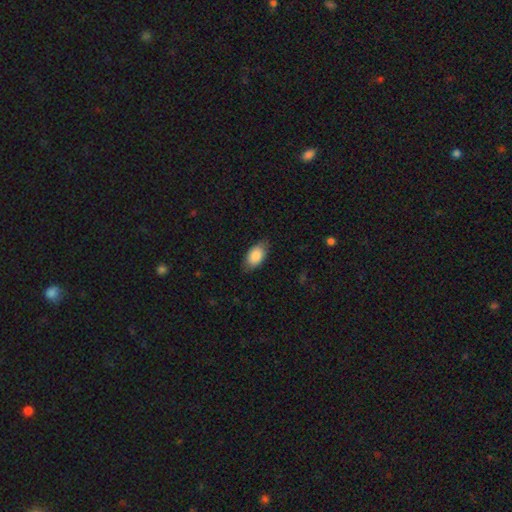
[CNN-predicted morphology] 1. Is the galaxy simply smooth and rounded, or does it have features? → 87% smooth, 7% featured or disk, 6% star or artifact.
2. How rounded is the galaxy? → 93% in between, 4% round, 2% cigar-shaped.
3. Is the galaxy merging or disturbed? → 81% none, 15% minor disturbance, 3% major disturbance, 1% merger.